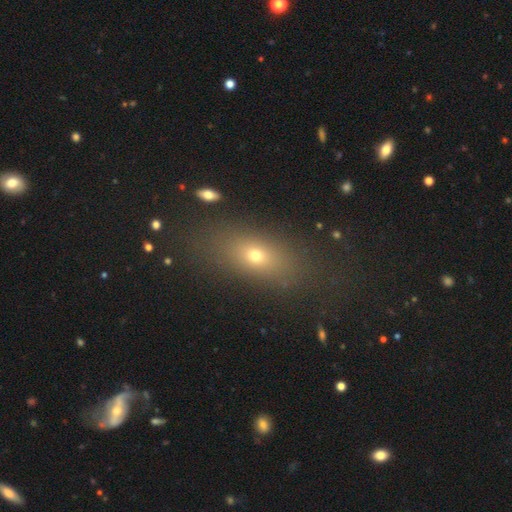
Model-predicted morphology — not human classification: A smooth galaxy with no disk features (64%) that is in between round and cigar-shaped (66%).

Vote fractions:
- Smooth or featured? smooth: 64% / star or artifact: 19% / featured or disk: 17%
- How rounded? in between: 66% / round: 19% / cigar-shaped: 15%
- Merging? none: 80% / minor disturbance: 11% / major disturbance: 6% / merger: 2%